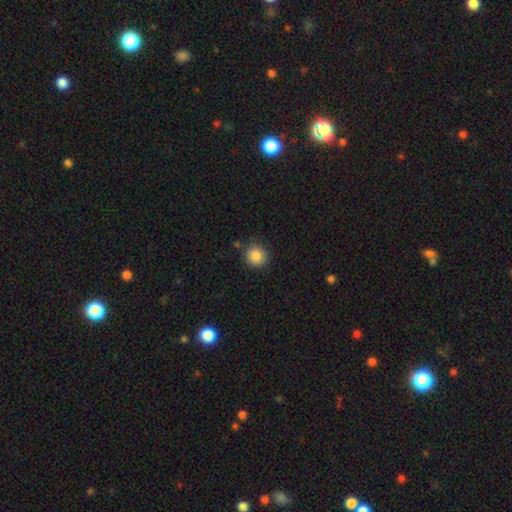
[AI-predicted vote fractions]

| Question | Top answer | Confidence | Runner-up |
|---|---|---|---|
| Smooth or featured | smooth | 87% | star or artifact (9%) |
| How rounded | round | 92% | in between (7%) |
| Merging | none | 85% | minor disturbance (9%) |